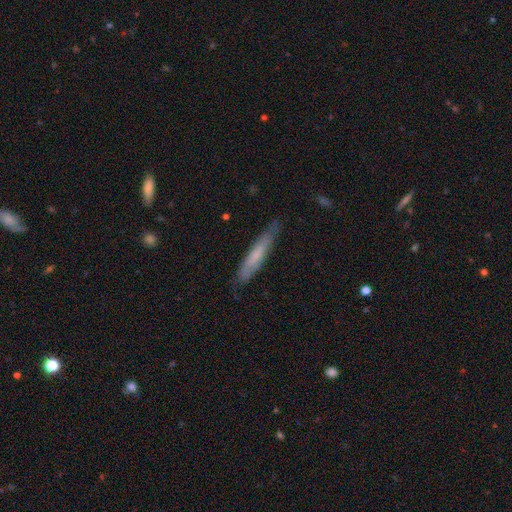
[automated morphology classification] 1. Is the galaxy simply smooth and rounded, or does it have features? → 60% smooth, 34% featured or disk, 6% star or artifact.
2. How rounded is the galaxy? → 93% cigar-shaped, 6% in between, 1% round.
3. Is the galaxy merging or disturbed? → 79% none, 17% minor disturbance, 3% major disturbance, 1% merger.